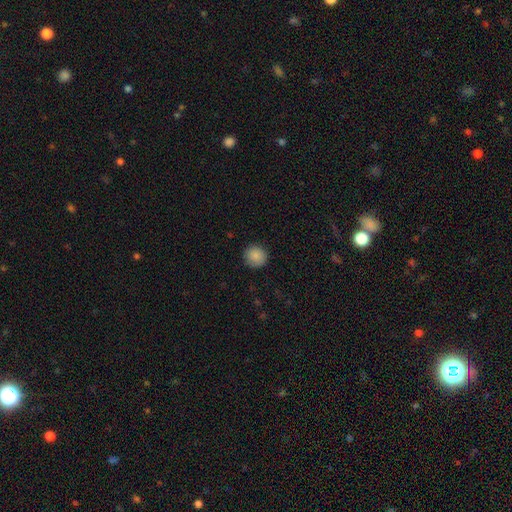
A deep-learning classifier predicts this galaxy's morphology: Smooth or featured? Predicted: smooth (p=0.88). How rounded? Predicted: round (p=0.93). Merging? Predicted: none (p=0.90).